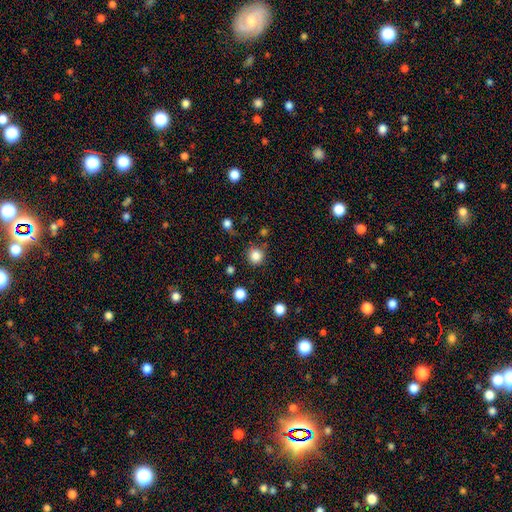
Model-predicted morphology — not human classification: type=smooth (83%); roundness=round (94%); merging=none (84%).